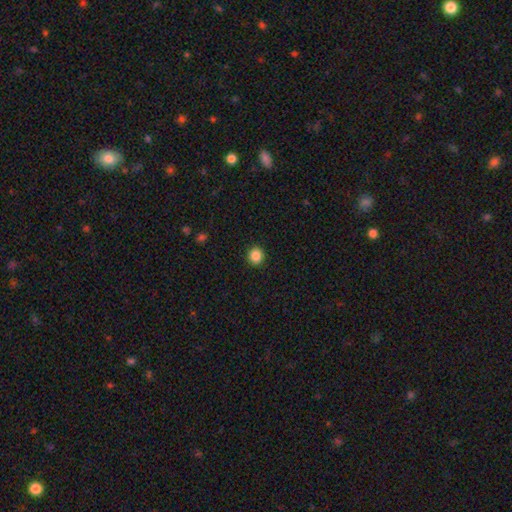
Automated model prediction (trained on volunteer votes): Smooth or featured? smooth (86%)
How rounded? round (89%)
Merging? none (92%)